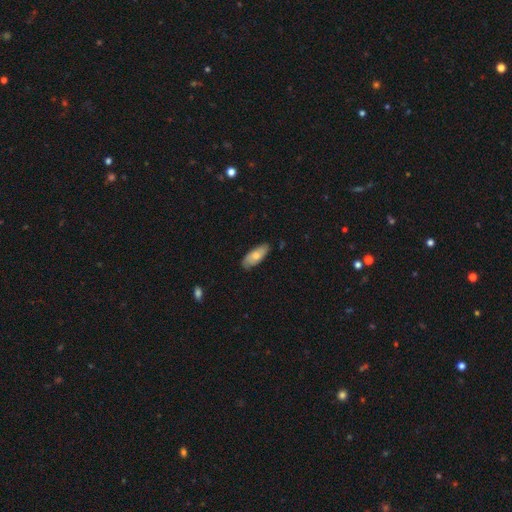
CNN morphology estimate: smooth-or-featured: smooth: 65% | featured or disk: 29% | star or artifact: 6%
  how-rounded: in between: 81% | cigar-shaped: 17% | round: 2%
  merging: none: 80% | minor disturbance: 16% | major disturbance: 2% | merger: 1%